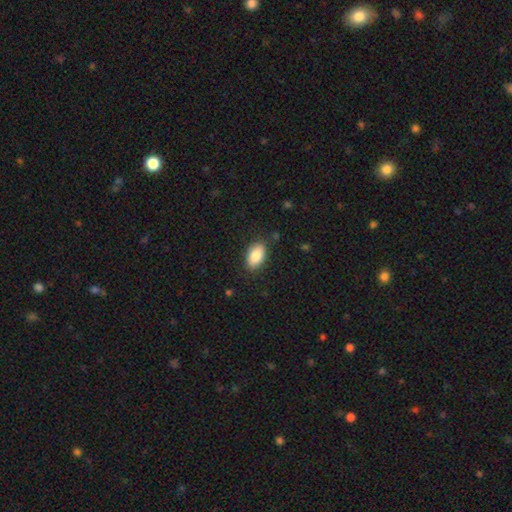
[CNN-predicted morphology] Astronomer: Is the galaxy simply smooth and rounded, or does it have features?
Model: smooth — 85%.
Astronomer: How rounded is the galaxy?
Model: in between — 93%.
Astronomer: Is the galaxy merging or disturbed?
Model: none — 85%.